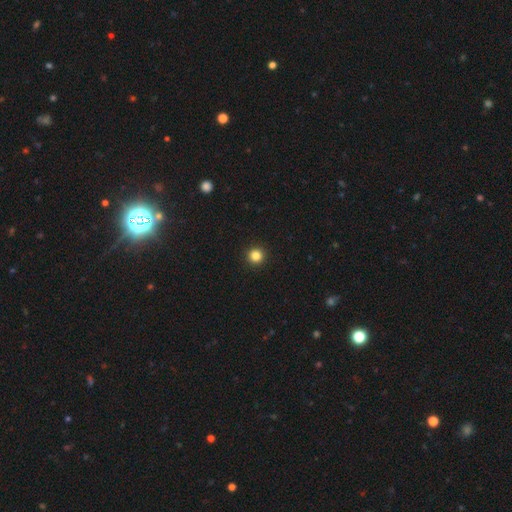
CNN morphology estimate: Q: Smooth or featured?
A: smooth (84%); runner-up: star or artifact (12%)
Q: How rounded?
A: round (96%); runner-up: in between (4%)
Q: Merging?
A: none (94%); runner-up: minor disturbance (4%)